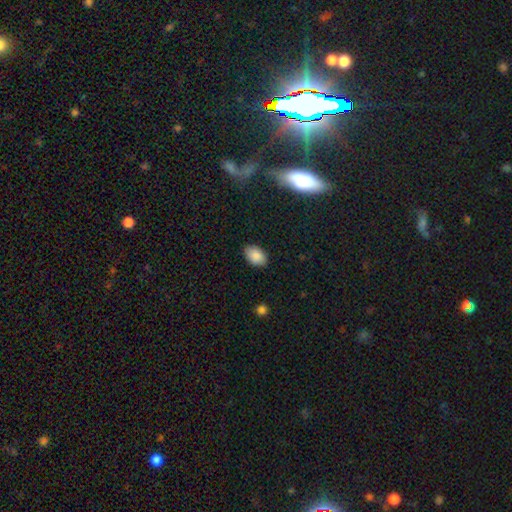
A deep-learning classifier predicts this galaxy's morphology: Smooth or featured? Predicted: smooth (p=0.88). How rounded? Predicted: in between (p=0.87). Merging? Predicted: none (p=0.86).